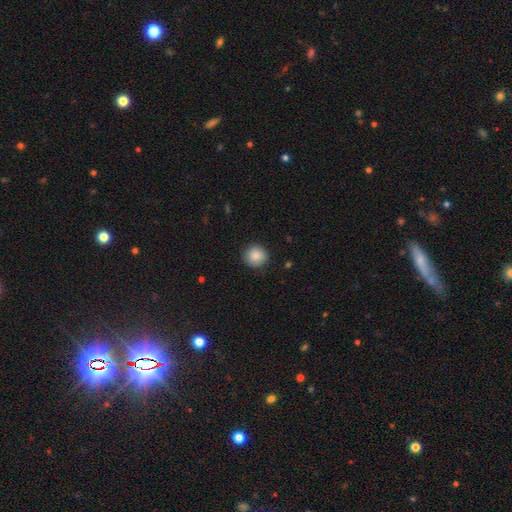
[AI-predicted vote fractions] A smooth galaxy with no disk features (86%) that is round (93%). Merging: none (89%).